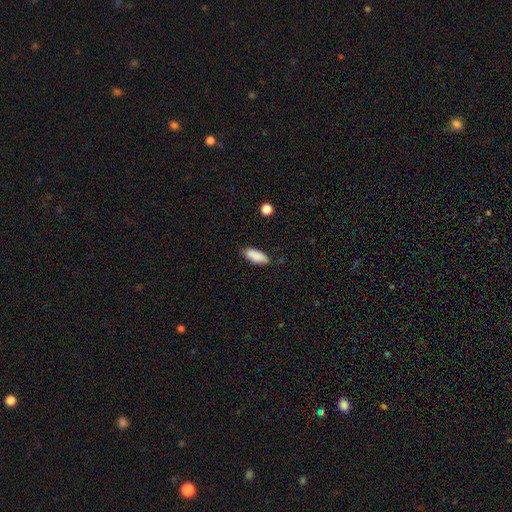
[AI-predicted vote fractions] This is clearly a smooth galaxy (88%). How rounded: likely in between (78%). Merging: clearly none (80%).